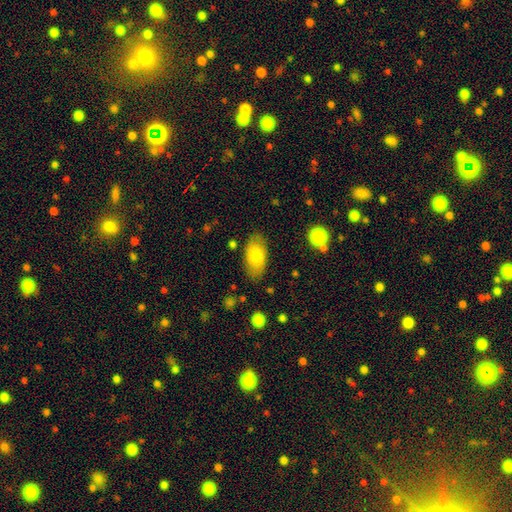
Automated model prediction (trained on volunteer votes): Overall: smooth (79%). How rounded: in between (93%). Merging: none (81%).